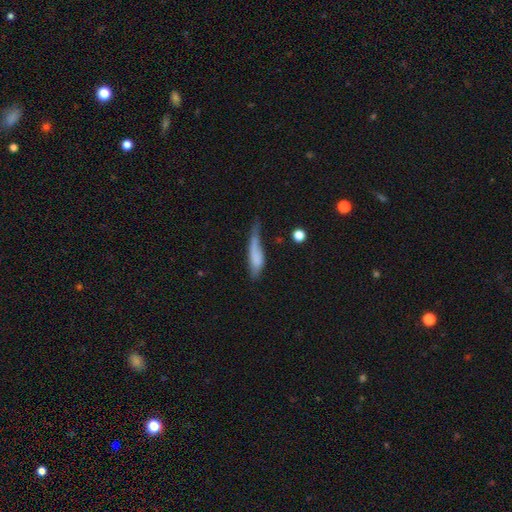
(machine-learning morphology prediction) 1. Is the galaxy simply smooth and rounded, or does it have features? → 66% smooth, 26% featured or disk, 8% star or artifact.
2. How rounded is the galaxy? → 58% cigar-shaped, 39% in between, 3% round.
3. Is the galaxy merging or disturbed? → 35% minor disturbance, 32% major disturbance, 27% none, 6% merger.